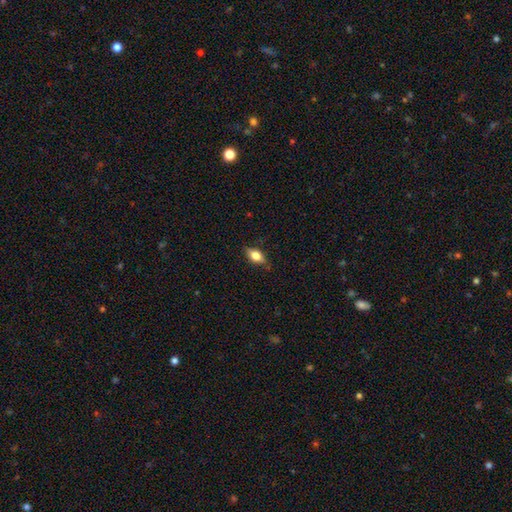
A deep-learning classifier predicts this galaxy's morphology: This appears to be a smooth galaxy with no disk features (71%) that is in between round and cigar-shaped (85%). Merging: none (79%).